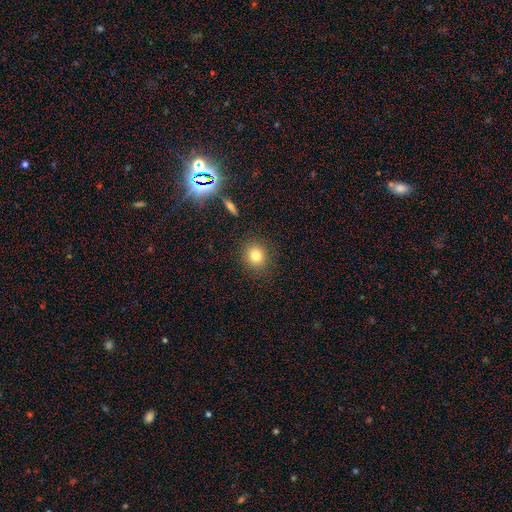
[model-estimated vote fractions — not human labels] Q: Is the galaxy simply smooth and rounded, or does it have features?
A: smooth — 80%.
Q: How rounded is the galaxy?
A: round — 77%.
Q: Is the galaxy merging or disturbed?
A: none — 87%.